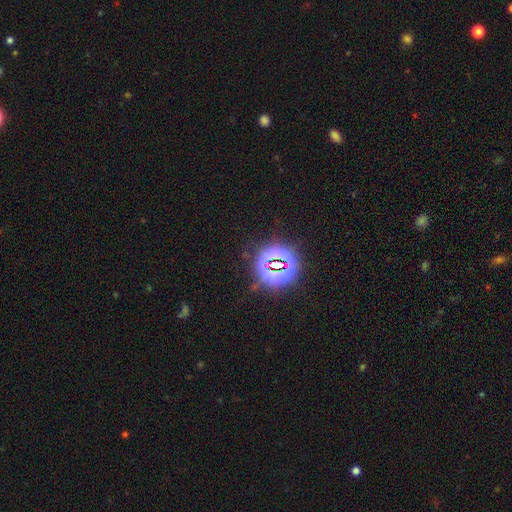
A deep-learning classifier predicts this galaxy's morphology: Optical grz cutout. It shows a star or artifact, not a galaxy (82%).